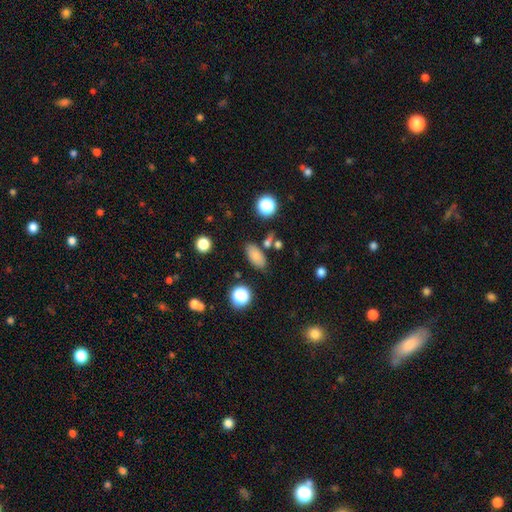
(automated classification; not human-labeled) Q: Smooth or featured?
A: smooth (81%); runner-up: star or artifact (11%)
Q: How rounded?
A: in between (87%); runner-up: cigar-shaped (7%)
Q: Merging?
A: none (78%); runner-up: minor disturbance (12%)